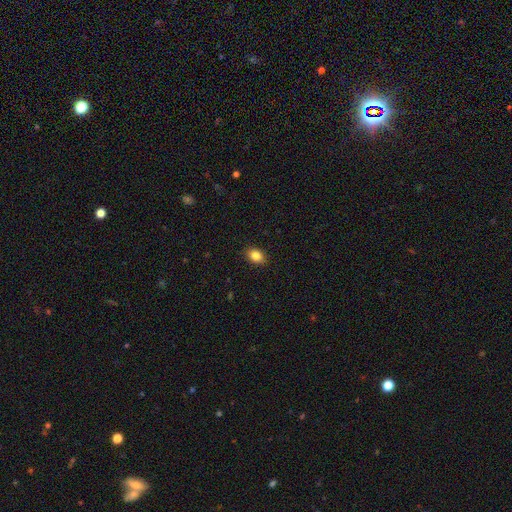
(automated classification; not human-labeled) Smooth or featured? Predicted: smooth (p=0.84). How rounded? Predicted: in between (p=0.65). Merging? Predicted: none (p=0.89).